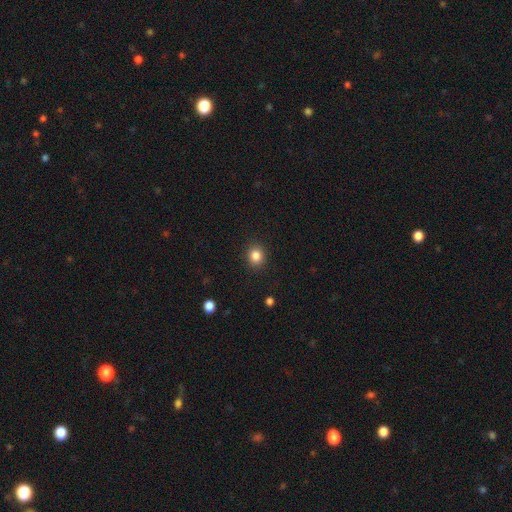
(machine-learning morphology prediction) This appears to be a smooth galaxy with no disk features (85%) that is round (79%). Merging: none (90%).